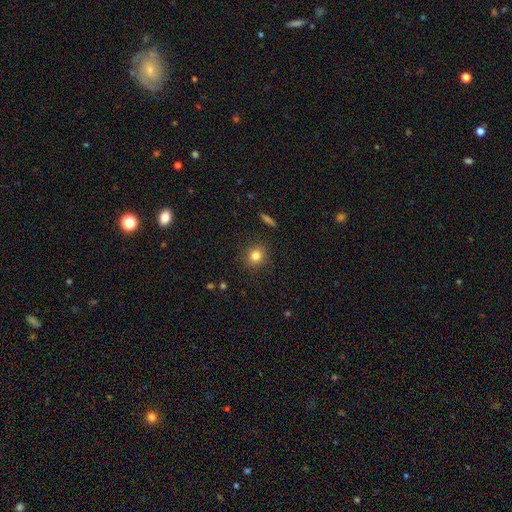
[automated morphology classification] This is clearly a smooth galaxy (82%). How rounded: clearly round (82%). Merging: clearly none (88%).